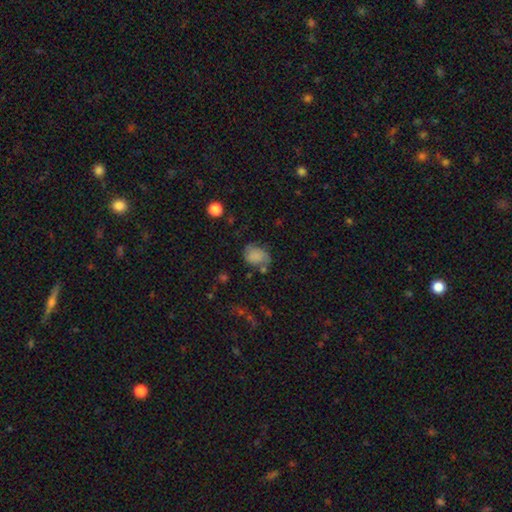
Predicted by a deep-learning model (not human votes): Overall: smooth (70%). How rounded: in between (55%; round 44%). Merging: none (49%; minor disturbance 28%).